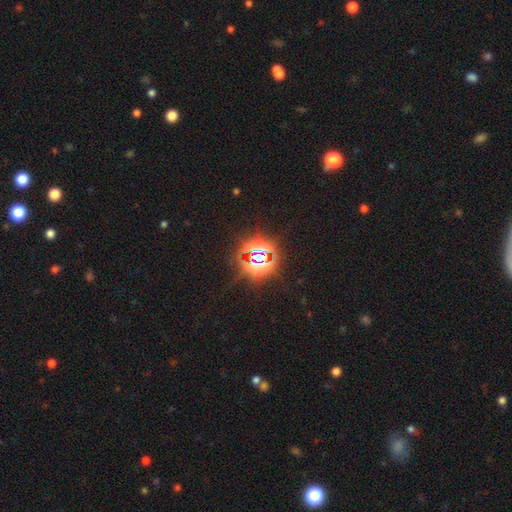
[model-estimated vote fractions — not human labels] Overall: star or artifact (80%).